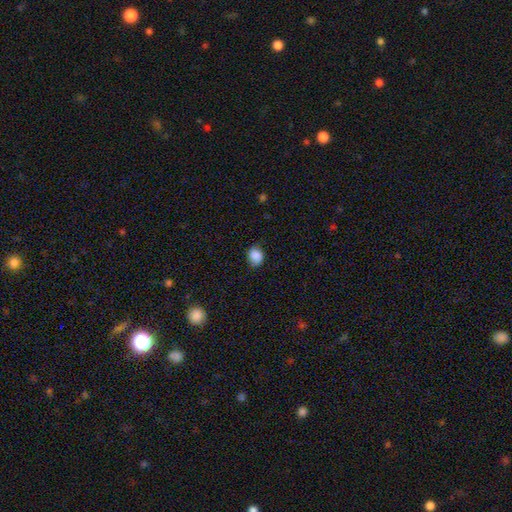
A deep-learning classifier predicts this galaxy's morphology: Smooth or featured? Predicted: smooth (p=0.86). How rounded? Predicted: round (p=0.58). Merging? Predicted: none (p=0.77).